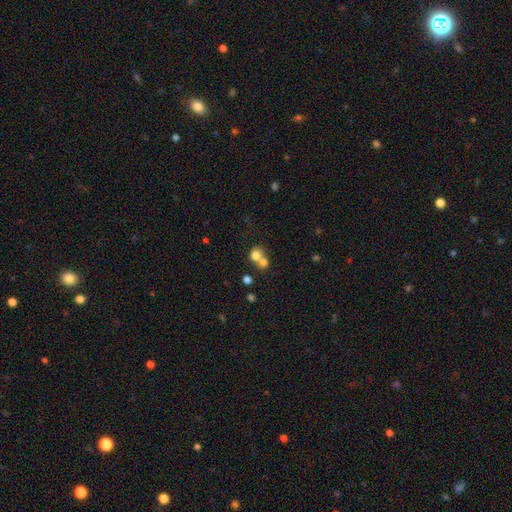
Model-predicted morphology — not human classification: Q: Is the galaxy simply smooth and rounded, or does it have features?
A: smooth — 75%.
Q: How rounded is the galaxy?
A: round — 78%.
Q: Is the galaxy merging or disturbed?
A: merger — 58%.